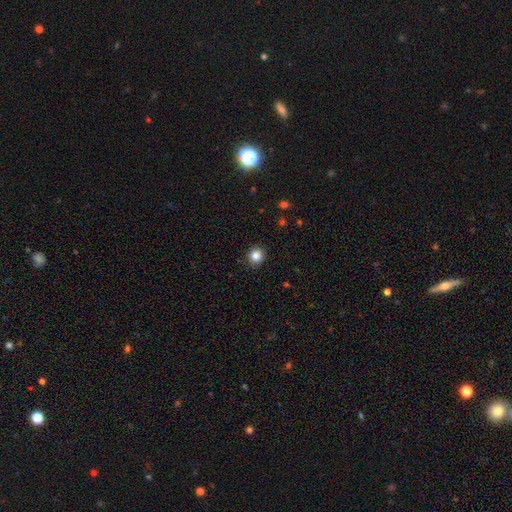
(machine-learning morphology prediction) Q: Smooth or featured?
A: smooth (85%); runner-up: star or artifact (11%)
Q: How rounded?
A: round (90%); runner-up: in between (9%)
Q: Merging?
A: none (92%); runner-up: minor disturbance (6%)